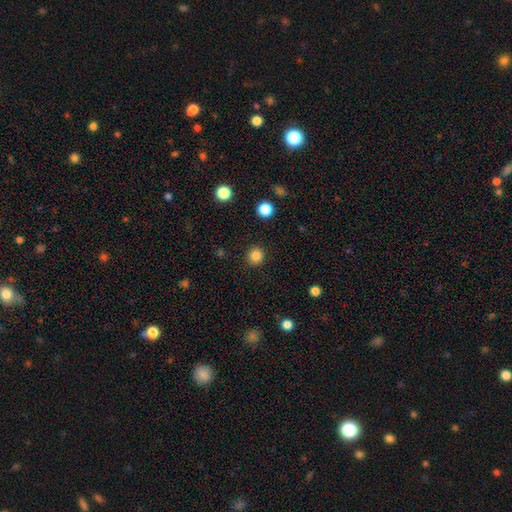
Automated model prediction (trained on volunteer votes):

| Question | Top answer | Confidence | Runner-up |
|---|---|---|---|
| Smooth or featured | smooth | 84% | star or artifact (12%) |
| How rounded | round | 94% | in between (5%) |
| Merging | none | 92% | minor disturbance (5%) |